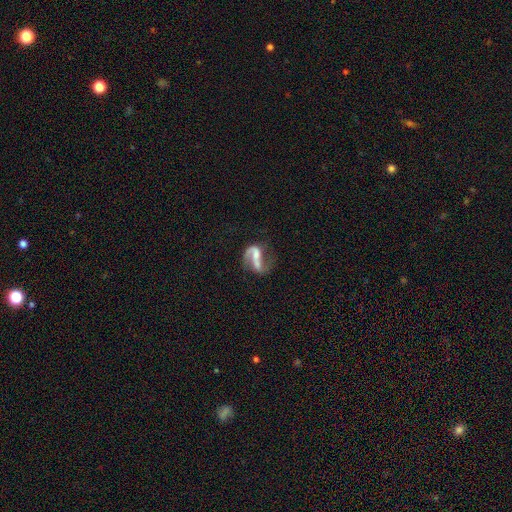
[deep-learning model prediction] Morphology: type=featured or disk (80%); edge-on=no (96%); bar=strong (47%); spiral arms=yes (89%); winding=loose (56%); arm count=2 (76%); bulge=small (33%); merging=none (43%).